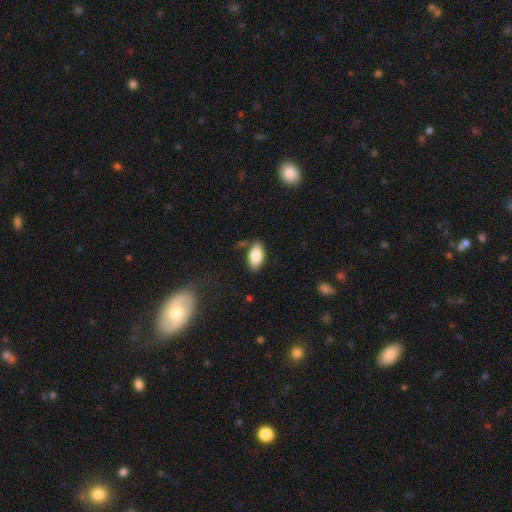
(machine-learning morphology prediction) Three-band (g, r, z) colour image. It shows a smooth galaxy with no disk features (84%) that is in between round and cigar-shaped (93%). Merging: none (75%).